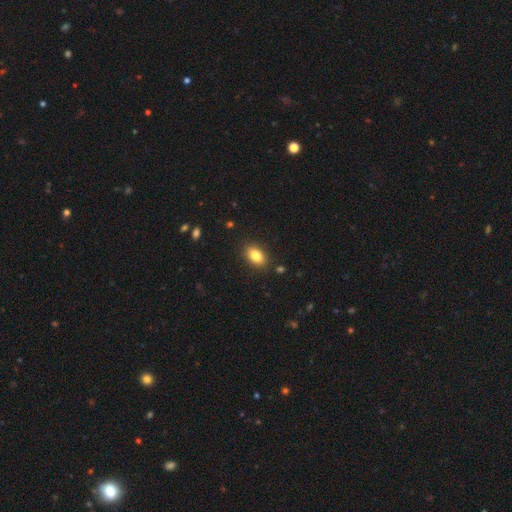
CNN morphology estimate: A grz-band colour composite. It shows a smooth galaxy with no disk features (83%) that is in between round and cigar-shaped (87%). Merging: none (87%).